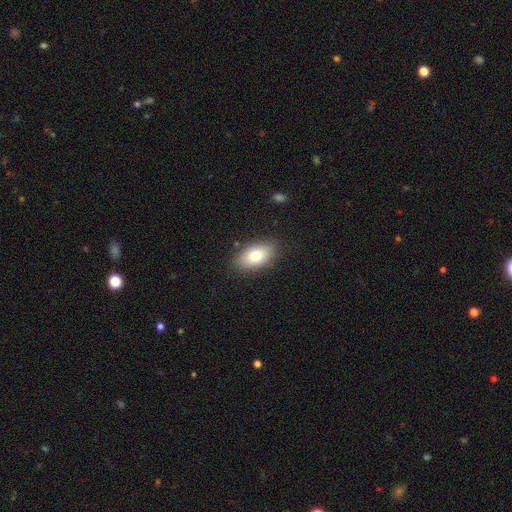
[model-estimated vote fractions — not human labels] Smooth or featured? smooth (77%)
How rounded? in between (91%)
Merging? none (85%)